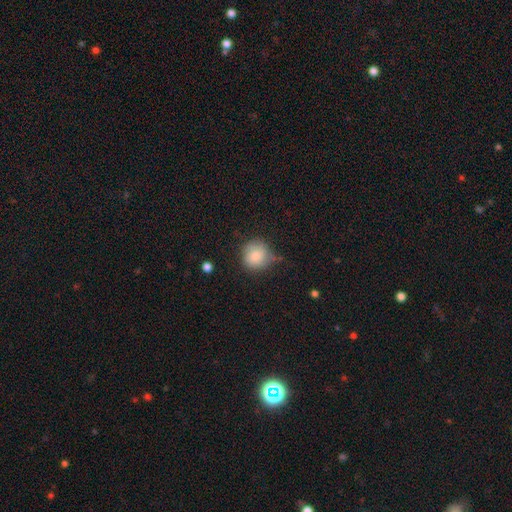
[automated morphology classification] smooth_or_featured: smooth (p=0.82) [alt: featured or disk p=0.10]
how_rounded: round (p=0.88) [alt: in between p=0.11]
merging: none (p=0.57) [alt: minor disturbance p=0.31]